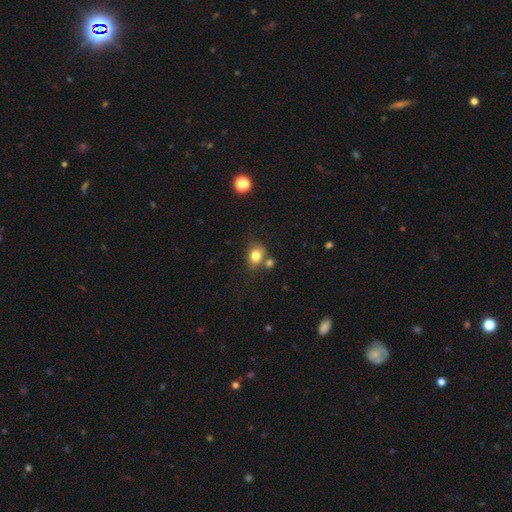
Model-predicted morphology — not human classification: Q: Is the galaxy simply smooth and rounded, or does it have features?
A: smooth — 80%.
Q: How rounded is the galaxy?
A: round — 51%.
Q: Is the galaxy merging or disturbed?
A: none — 61%.